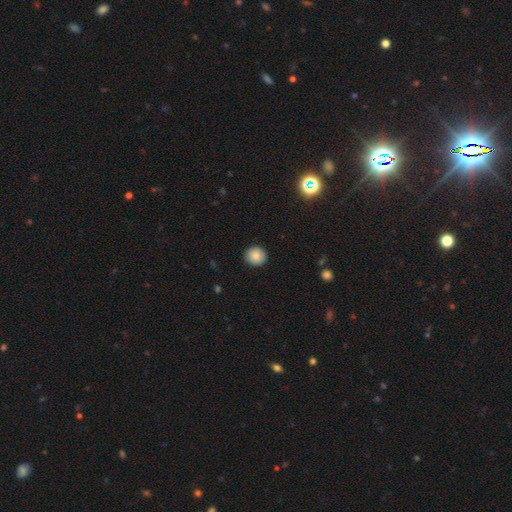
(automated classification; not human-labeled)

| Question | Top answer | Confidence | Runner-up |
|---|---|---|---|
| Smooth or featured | smooth | 86% | star or artifact (9%) |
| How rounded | round | 89% | in between (10%) |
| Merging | none | 92% | minor disturbance (6%) |